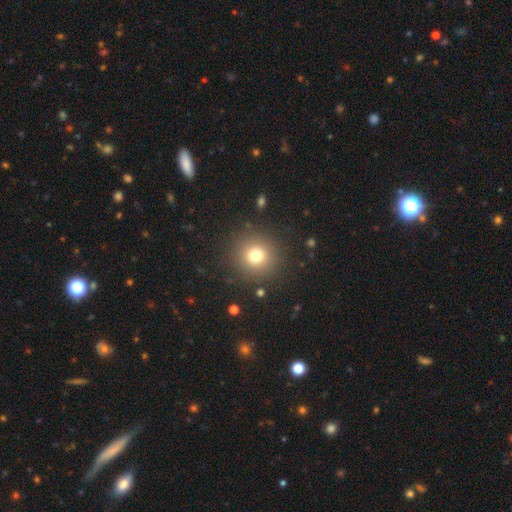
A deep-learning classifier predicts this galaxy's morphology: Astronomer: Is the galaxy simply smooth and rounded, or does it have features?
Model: smooth — 75%.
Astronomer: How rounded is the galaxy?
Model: round — 93%.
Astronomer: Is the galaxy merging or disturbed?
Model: none — 88%.